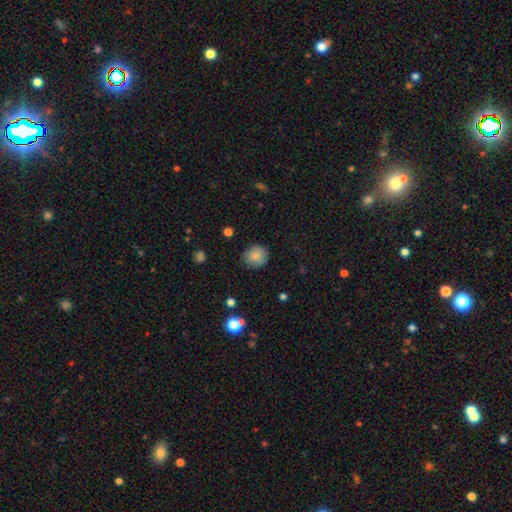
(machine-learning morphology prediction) Smooth or featured? smooth (85%)
How rounded? round (84%)
Merging? none (82%)